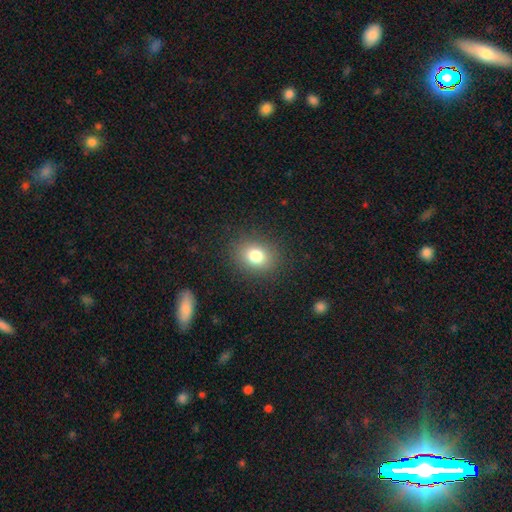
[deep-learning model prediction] Morphology: type=smooth (79%); roundness=round (54%); merging=none (87%).